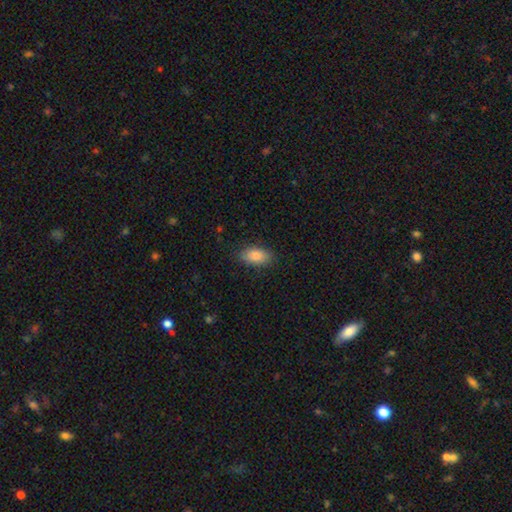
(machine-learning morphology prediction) smooth-or-featured: smooth: 88% | star or artifact: 7% | featured or disk: 5%
  how-rounded: in between: 92% | cigar-shaped: 4% | round: 4%
  merging: none: 84% | minor disturbance: 12% | major disturbance: 3% | merger: 1%